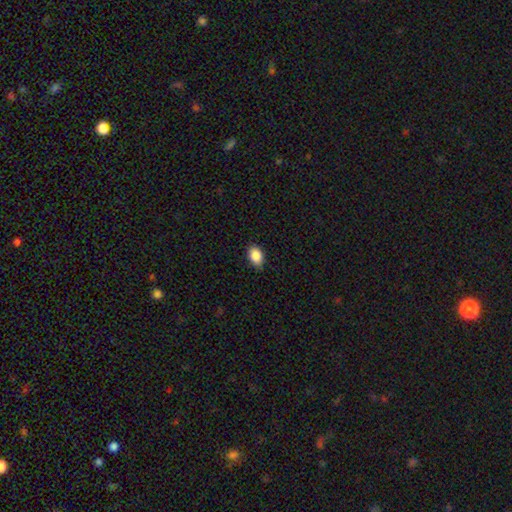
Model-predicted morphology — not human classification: smooth_or_featured: smooth (p=0.88) [alt: star or artifact p=0.08]
how_rounded: in between (p=0.84) [alt: round p=0.14]
merging: none (p=0.83) [alt: minor disturbance p=0.14]